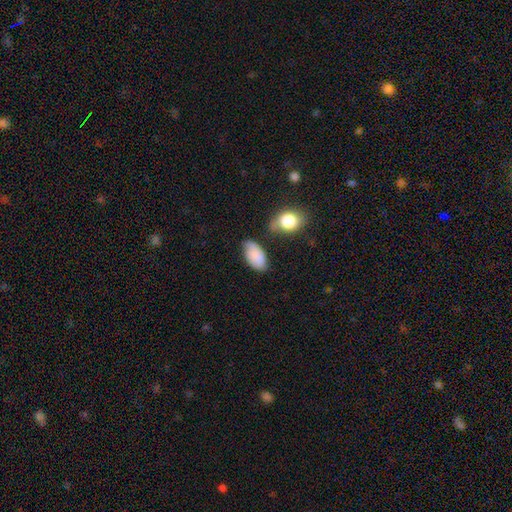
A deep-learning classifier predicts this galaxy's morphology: The model was most divided on "merging": none: 61%, minor disturbance: 25%, merger: 8%, major disturbance: 6%. More confident: how rounded — in between (94%); smooth or featured — smooth (82%).